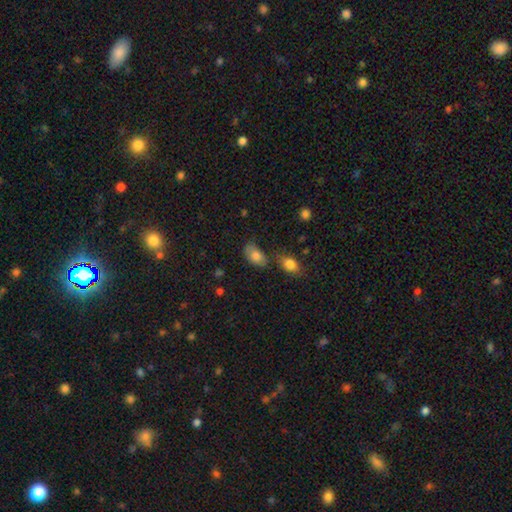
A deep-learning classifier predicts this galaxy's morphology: smooth 80%, featured or disk 12%, star or artifact 8%. Down the decision tree: how rounded — in between (91%); merging — none (50%).